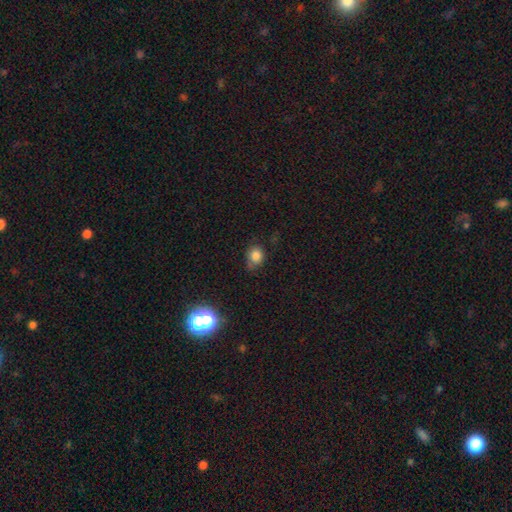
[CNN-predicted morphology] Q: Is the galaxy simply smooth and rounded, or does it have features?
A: smooth — 81%.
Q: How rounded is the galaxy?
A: round — 61%.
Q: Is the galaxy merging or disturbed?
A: none — 63%.